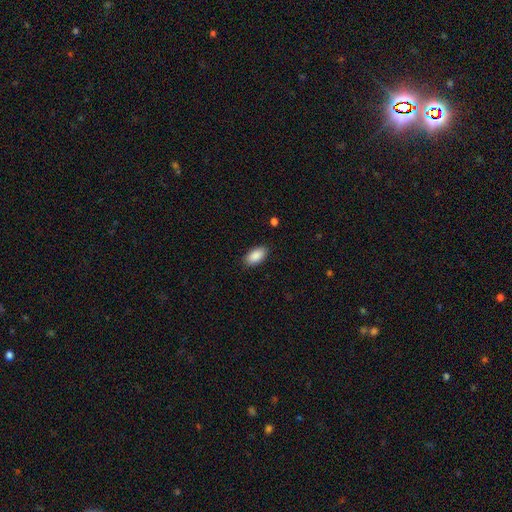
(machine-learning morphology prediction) type=smooth (89%); roundness=in between (95%); merging=none (88%).